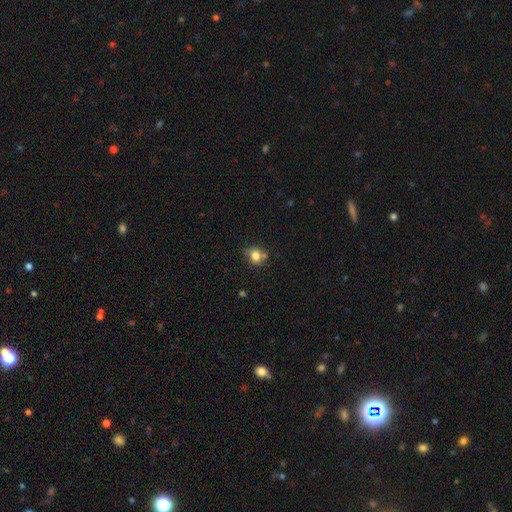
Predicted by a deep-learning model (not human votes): The model was most divided on "merging": none: 60%, minor disturbance: 19%, merger: 15%, major disturbance: 5%. More confident: smooth or featured — smooth (78%); how rounded — round (71%).